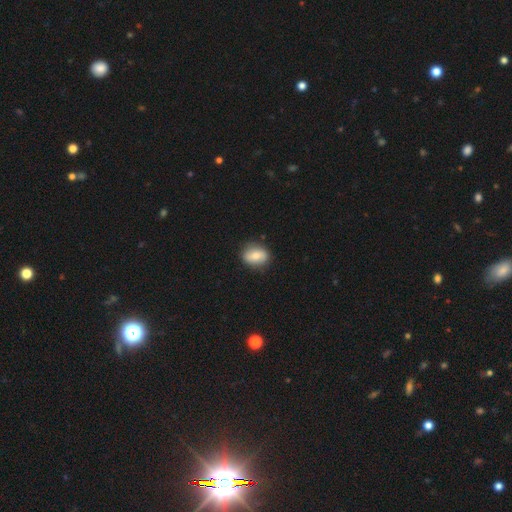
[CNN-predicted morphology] Smooth or featured: smooth — 65% (featured or disk — 28%)
How rounded: in between — 50% (round — 49%)
Merging: none — 84% (minor disturbance — 12%)